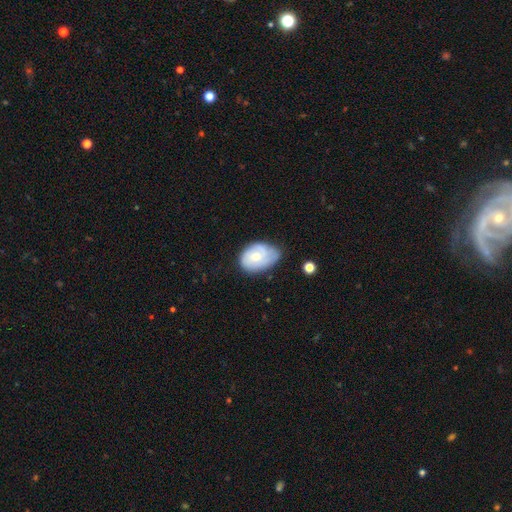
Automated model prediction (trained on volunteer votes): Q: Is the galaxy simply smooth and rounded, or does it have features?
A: featured or disk — 49%.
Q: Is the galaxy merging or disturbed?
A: none — 51%.